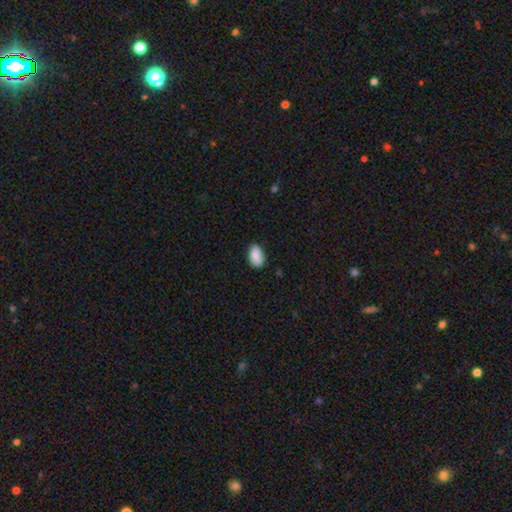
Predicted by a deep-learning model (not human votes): This appears to be a smooth galaxy with no disk features (84%) that is in between round and cigar-shaped (90%). Merging: none (77%).